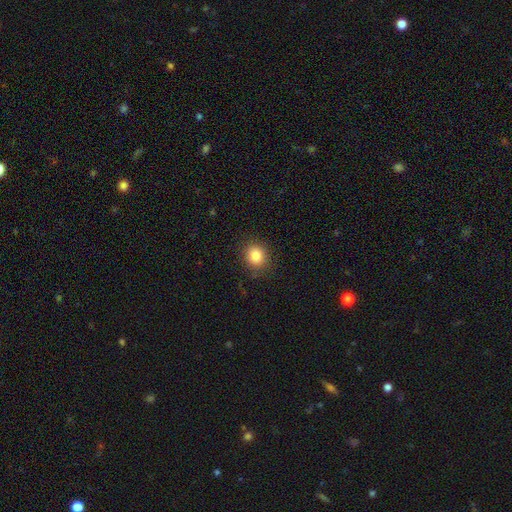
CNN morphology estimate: This appears to be a smooth galaxy with no disk features (84%) that is round (78%). Merging: none (87%).